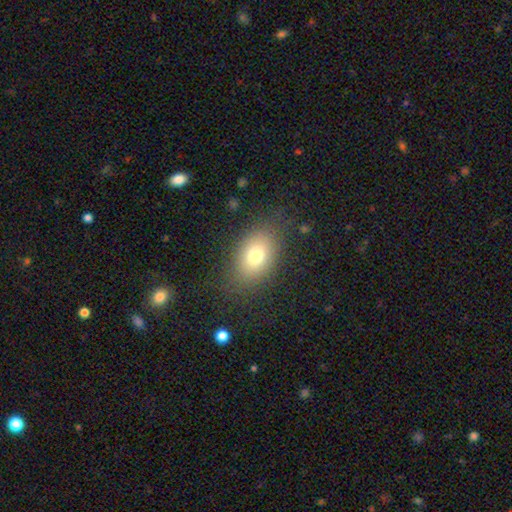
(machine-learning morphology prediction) type=smooth (75%); roundness=in between (82%); merging=none (80%).